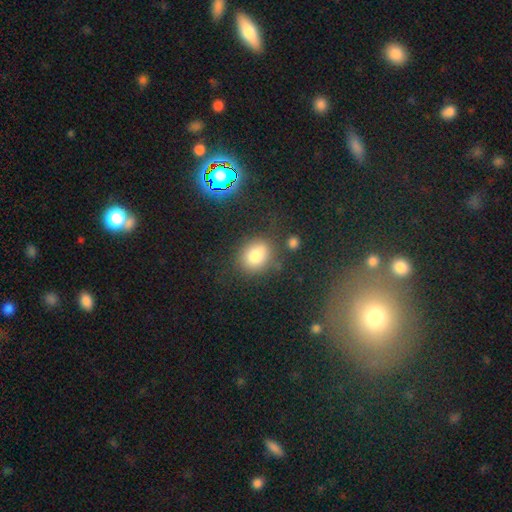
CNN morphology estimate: smooth_or_featured: smooth (p=0.77) [alt: star or artifact p=0.13]
how_rounded: round (p=0.61) [alt: in between p=0.37]
merging: none (p=0.72) [alt: minor disturbance p=0.15]